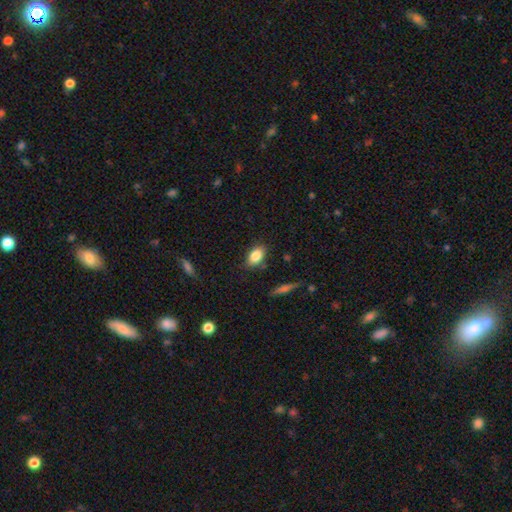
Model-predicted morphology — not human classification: smooth_or_featured: smooth (p=0.85) [alt: star or artifact p=0.08]
how_rounded: in between (p=0.87) [alt: round p=0.10]
merging: none (p=0.81) [alt: minor disturbance p=0.14]